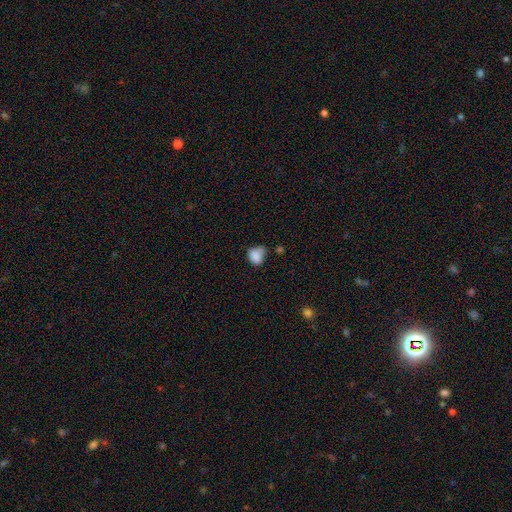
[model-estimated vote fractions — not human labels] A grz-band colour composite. It shows a smooth galaxy with no disk features (83%) that is in between round and cigar-shaped (53%). Merging: none (38%).